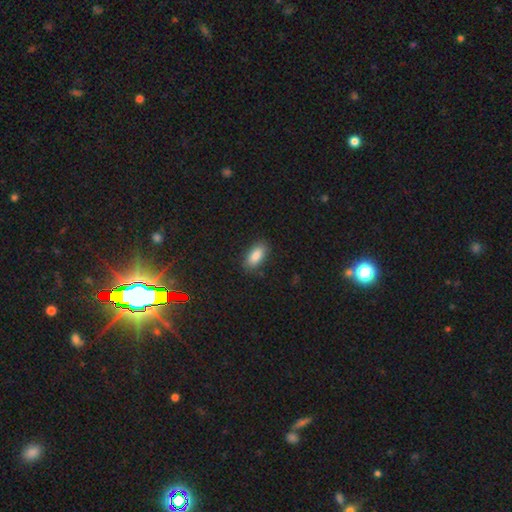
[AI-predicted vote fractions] Smooth or featured?
  - smooth: 87% *
  - star or artifact: 8%
  - featured or disk: 5%
How rounded?
  - in between: 89% *
  - cigar-shaped: 8%
  - round: 3%
Merging?
  - none: 86% *
  - minor disturbance: 10%
  - major disturbance: 3%
  - merger: 1%